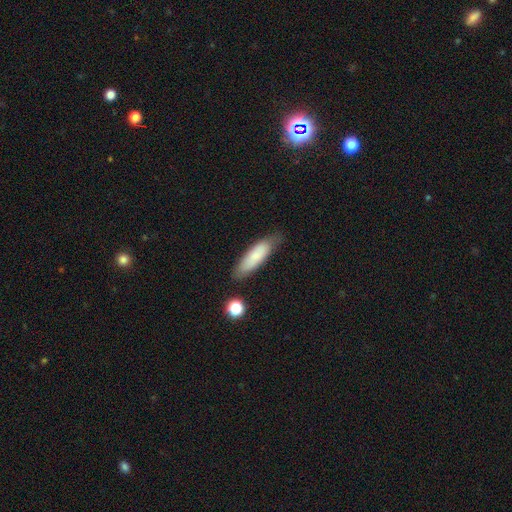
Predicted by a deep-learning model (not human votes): Smooth or featured? Predicted: smooth (p=0.78). How rounded? Predicted: cigar-shaped (p=0.57). Merging? Predicted: none (p=0.76).